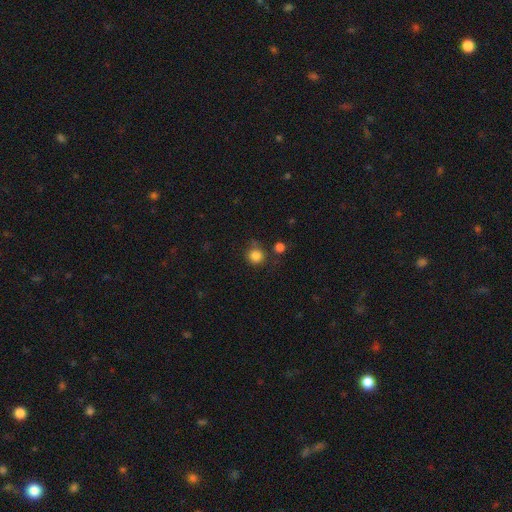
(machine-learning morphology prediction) Smooth or featured? Predicted: smooth (p=0.83). How rounded? Predicted: round (p=0.93). Merging? Predicted: none (p=0.76).